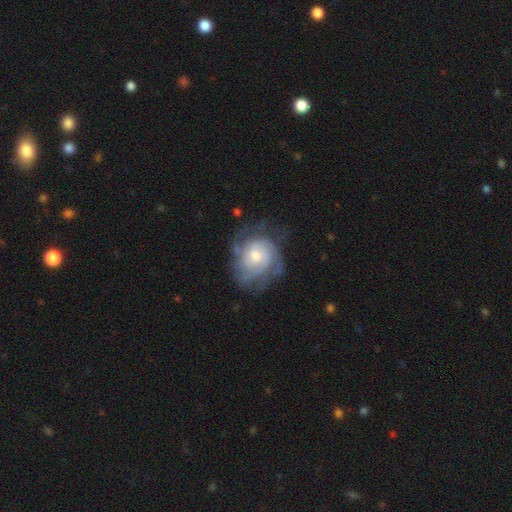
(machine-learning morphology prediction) Q: Smooth or featured?
A: featured or disk (74%); runner-up: smooth (19%)
Q: Edge-on disk?
A: no (98%); runner-up: yes (2%)
Q: Bar?
A: no (72%); runner-up: weak (25%)
Q: Spiral arms?
A: yes (89%); runner-up: no (11%)
Q: Spiral winding?
A: tight (58%); runner-up: medium (32%)
Q: Spiral arm count?
A: can't tell (43%); runner-up: 2 (20%)
Q: Bulge size?
A: moderate (53%); runner-up: small (35%)
Q: Merging?
A: none (62%); runner-up: minor disturbance (22%)